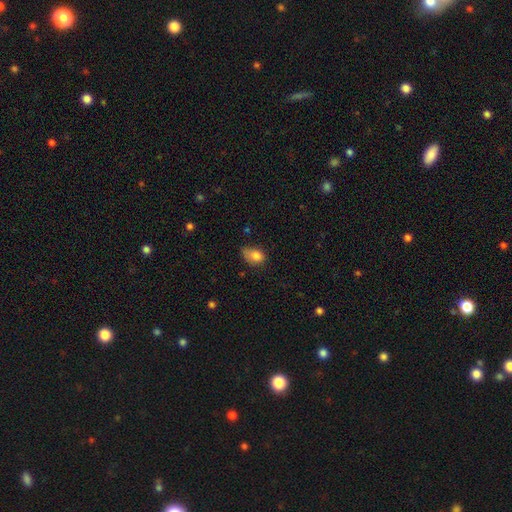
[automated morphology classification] A smooth galaxy with no disk features (80%) that is in between round and cigar-shaped (71%). Merging: minor disturbance (44%).